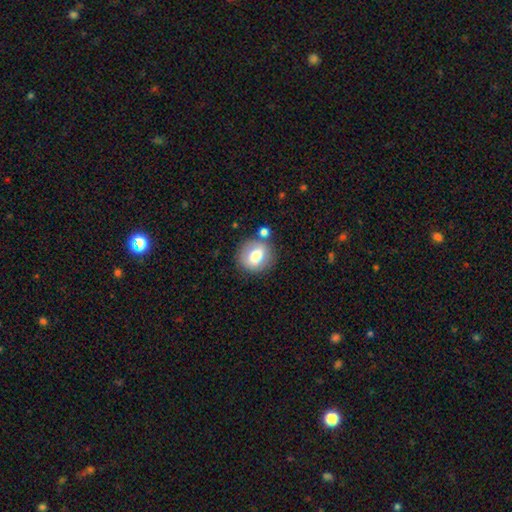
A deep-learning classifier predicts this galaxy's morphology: smooth 68%, featured or disk 24%, star or artifact 8%. Down the decision tree: how rounded — round (79%); merging — none (74%).